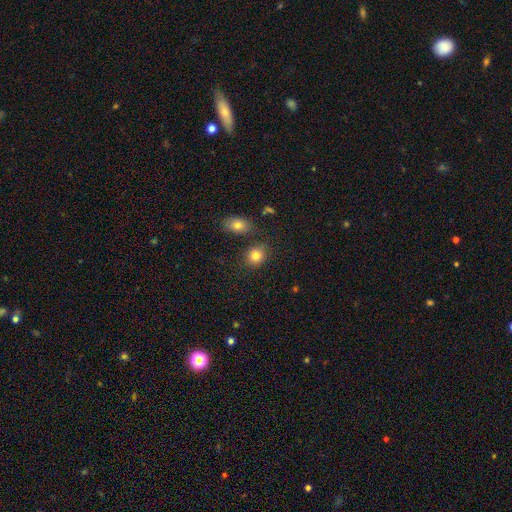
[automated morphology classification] The model was most divided on "how rounded": round: 64%, in between: 35%, cigar-shaped: 1%. More confident: smooth or featured — smooth (82%); merging — none (76%).